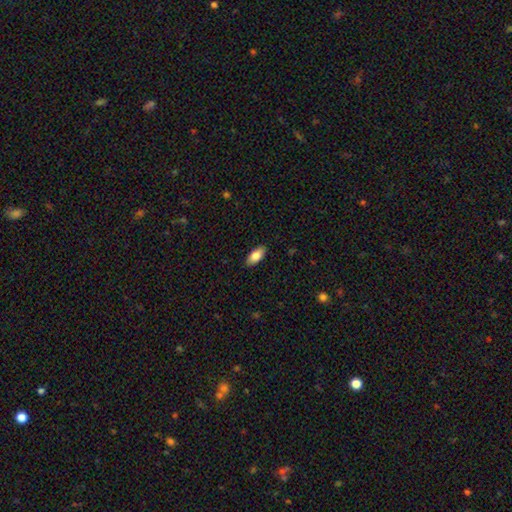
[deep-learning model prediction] Overall: smooth (84%). How rounded: in between (88%). Merging: none (88%).